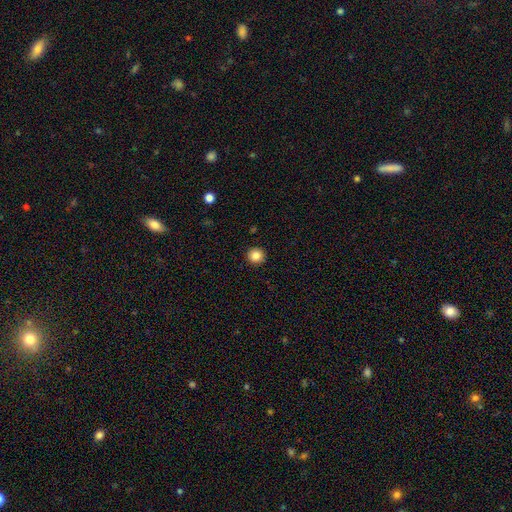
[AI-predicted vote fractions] Q: Smooth or featured?
A: smooth (85%); runner-up: star or artifact (10%)
Q: How rounded?
A: round (95%); runner-up: in between (4%)
Q: Merging?
A: none (93%); runner-up: minor disturbance (4%)